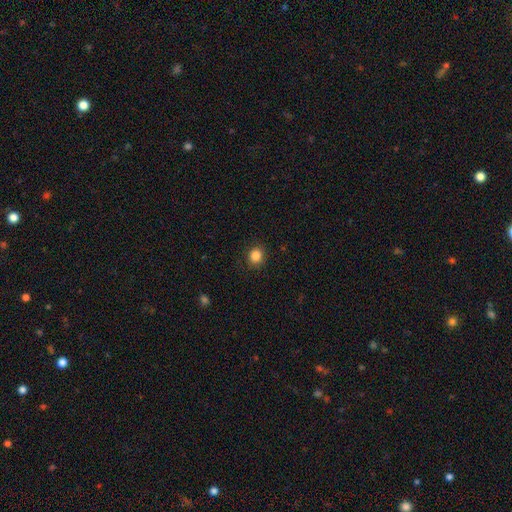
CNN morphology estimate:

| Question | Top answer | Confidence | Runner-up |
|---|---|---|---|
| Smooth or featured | smooth | 85% | star or artifact (11%) |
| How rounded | round | 78% | in between (21%) |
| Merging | none | 89% | minor disturbance (7%) |